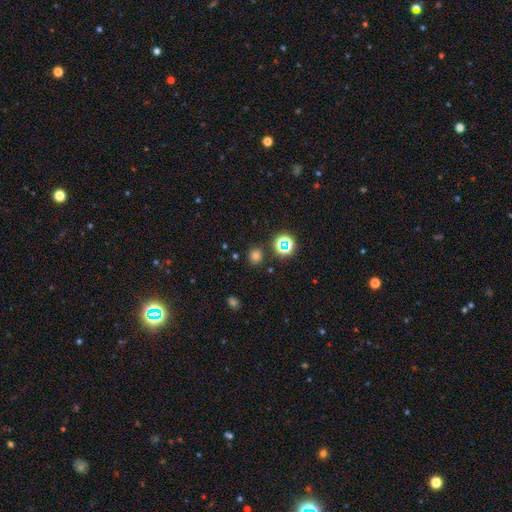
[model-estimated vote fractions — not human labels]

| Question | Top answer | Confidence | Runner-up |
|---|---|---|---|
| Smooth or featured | smooth | 70% | star or artifact (24%) |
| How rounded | round | 87% | in between (12%) |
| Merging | none | 86% | minor disturbance (8%) |